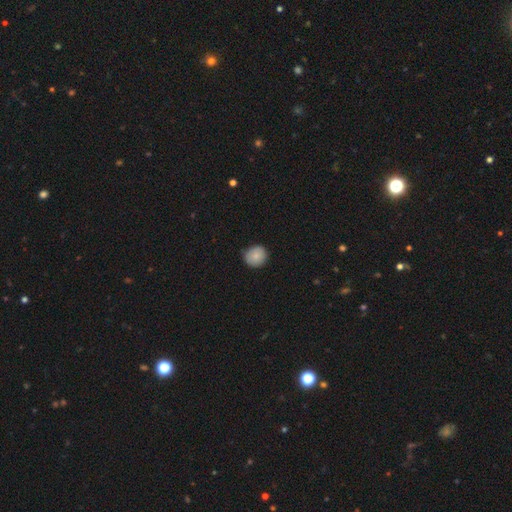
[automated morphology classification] smooth-or-featured: smooth: 86% | star or artifact: 8% | featured or disk: 7%
  how-rounded: round: 86% | in between: 13% | cigar-shaped: 1%
  merging: none: 81% | minor disturbance: 16% | major disturbance: 2% | merger: 1%